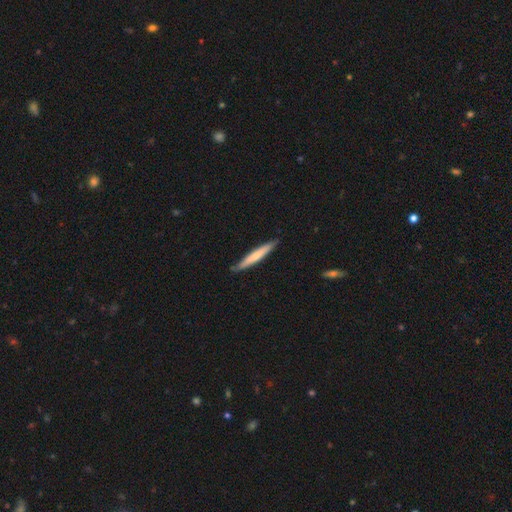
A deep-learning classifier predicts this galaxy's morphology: Smooth or featured: smooth — 62% (featured or disk — 33%)
How rounded: cigar-shaped — 95% (in between — 4%)
Merging: none — 86% (minor disturbance — 11%)